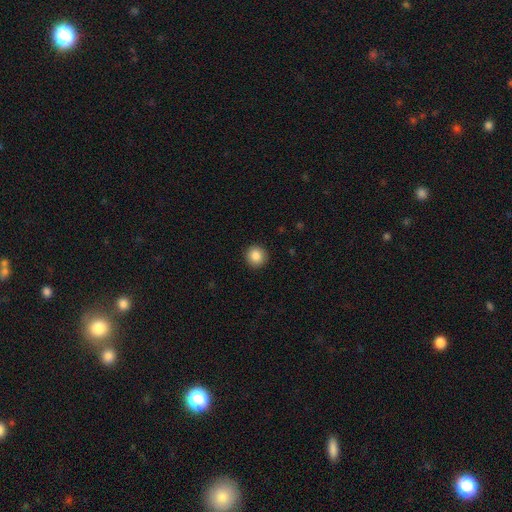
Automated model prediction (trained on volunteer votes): Smooth or featured? Predicted: smooth (p=0.86). How rounded? Predicted: round (p=0.94). Merging? Predicted: none (p=0.93).